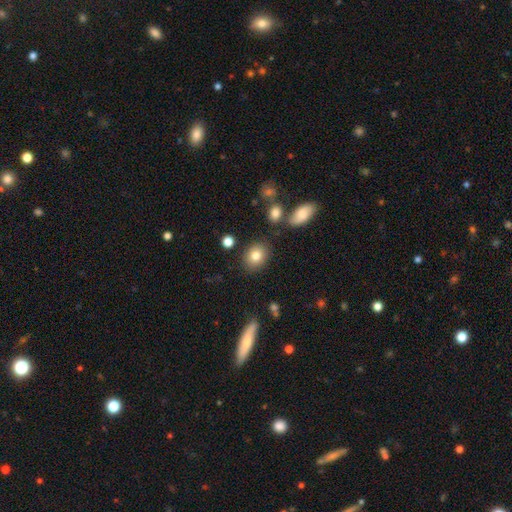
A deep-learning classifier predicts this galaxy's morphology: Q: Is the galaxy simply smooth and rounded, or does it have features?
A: smooth — 81%.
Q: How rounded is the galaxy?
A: round — 59%.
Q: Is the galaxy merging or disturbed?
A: none — 84%.